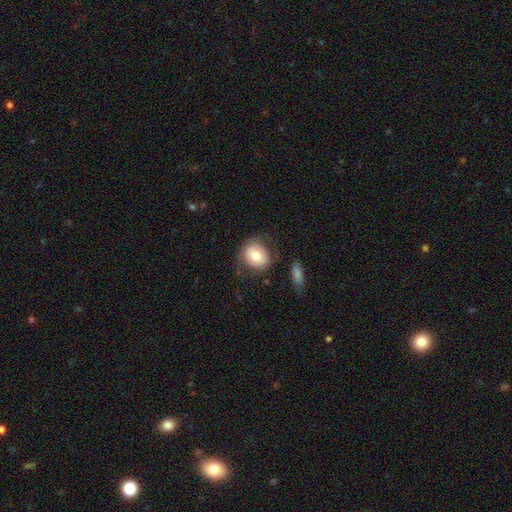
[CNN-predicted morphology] A smooth galaxy with no disk features (68%) that is round (69%).

Vote fractions:
- Smooth or featured? smooth: 68% / featured or disk: 25% / star or artifact: 8%
- How rounded? round: 69% / in between: 30% / cigar-shaped: 1%
- Merging? none: 66% / minor disturbance: 19% / major disturbance: 11% / merger: 4%